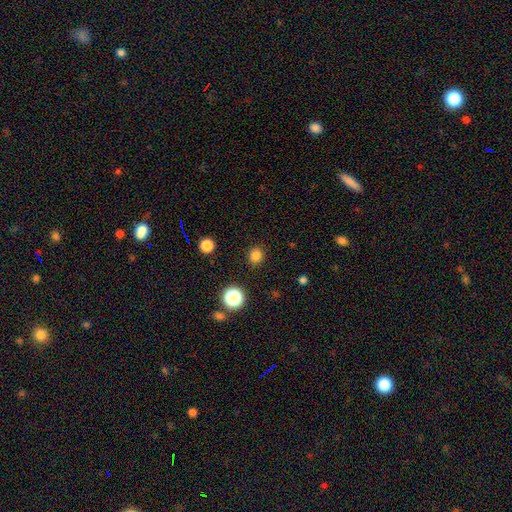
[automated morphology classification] smooth_or_featured: smooth (p=0.81) [alt: star or artifact p=0.15]
how_rounded: round (p=0.87) [alt: in between p=0.12]
merging: none (p=0.90) [alt: minor disturbance p=0.06]